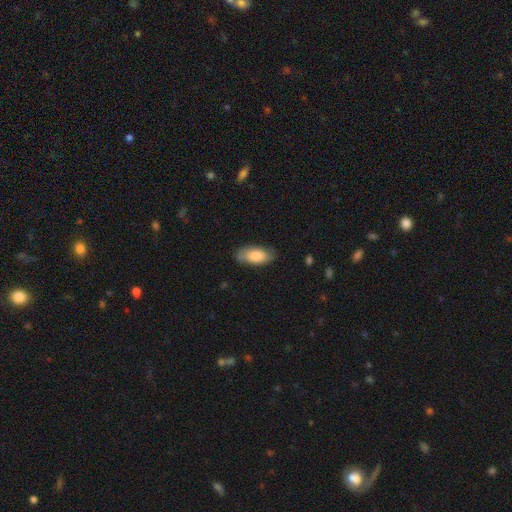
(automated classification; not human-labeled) The model was most divided on "merging": none: 77%, minor disturbance: 18%, major disturbance: 4%, merger: 1%. More confident: how rounded — in between (90%); smooth or featured — smooth (78%).